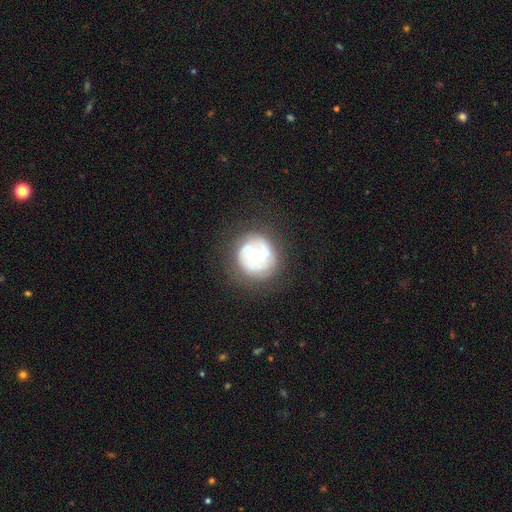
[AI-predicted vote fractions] Morphology: type=featured or disk (70%); edge-on=no (98%); bar=no (77%); spiral arms=yes (72%); bulge=moderate (69%); merging=none (75%).